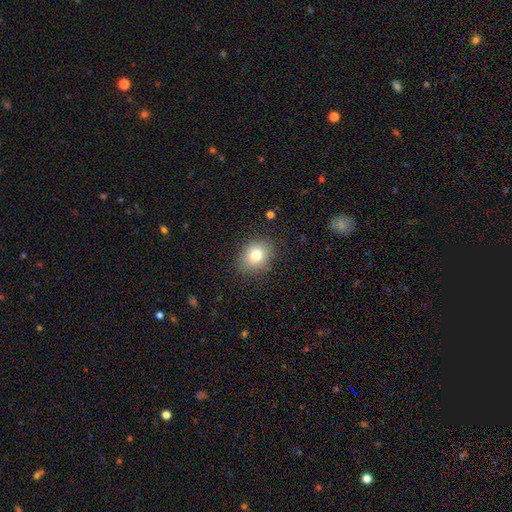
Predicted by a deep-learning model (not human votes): The model was most divided on "how rounded": round: 61%, in between: 38%, cigar-shaped: 1%. More confident: merging — none (85%); smooth or featured — smooth (78%).